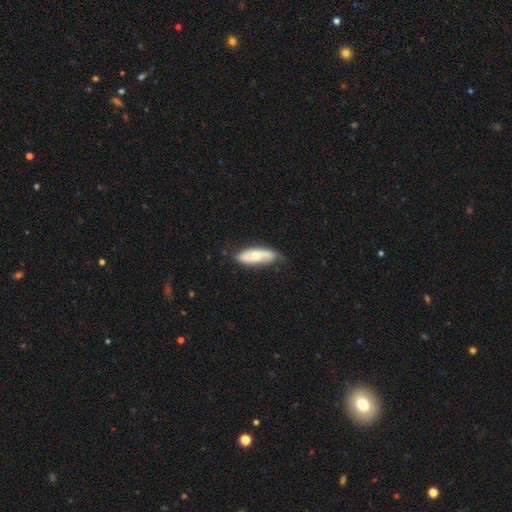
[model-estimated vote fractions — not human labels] Overall: smooth (49%; featured or disk 46%). Merging: none (71%).